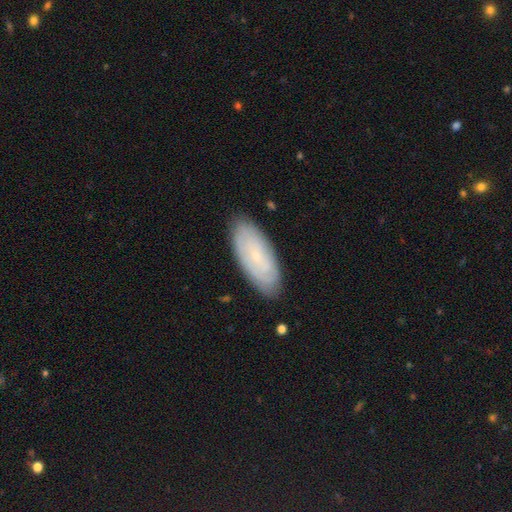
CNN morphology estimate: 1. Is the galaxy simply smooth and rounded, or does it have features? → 48% featured or disk, 45% smooth, 7% star or artifact.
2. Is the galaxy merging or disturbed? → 85% none, 12% minor disturbance, 2% major disturbance, 1% merger.